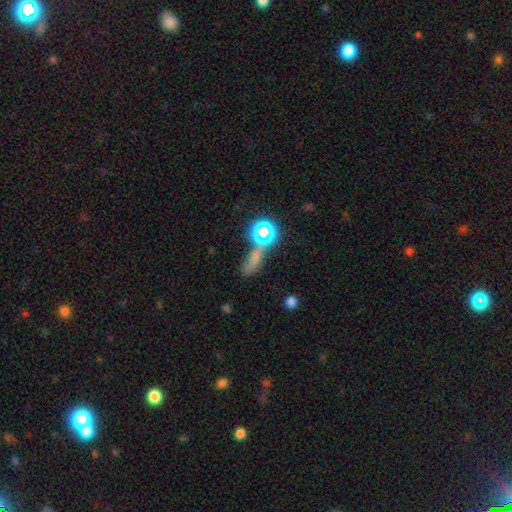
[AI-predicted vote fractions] A star or artifact, not a galaxy (44%).

Vote fractions:
- Smooth or featured? star or artifact: 44% / smooth: 42% / featured or disk: 15%